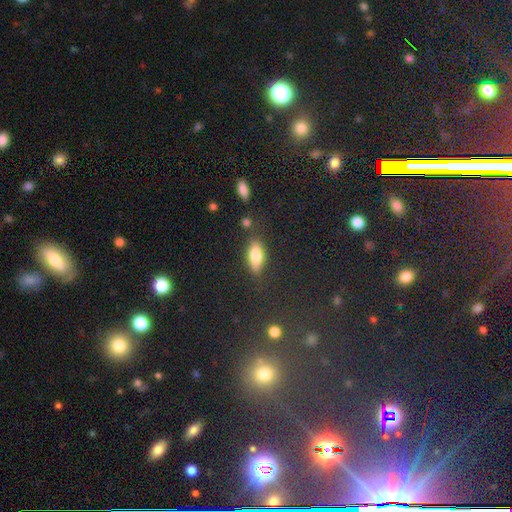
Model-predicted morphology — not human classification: This appears to be a smooth galaxy with no disk features (76%) that is in between round and cigar-shaped (74%). Merging: none (79%).